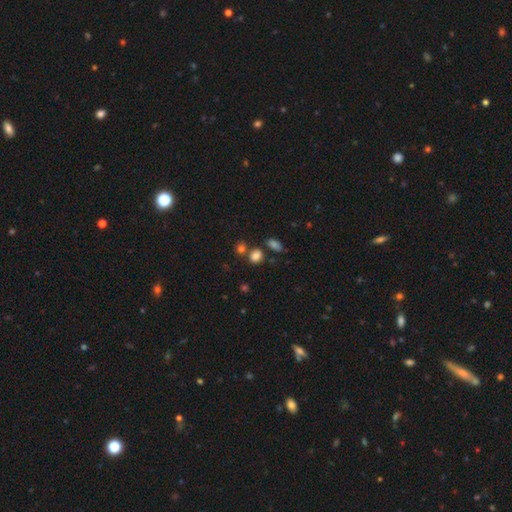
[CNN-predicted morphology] A smooth galaxy with no disk features (80%) that is round (57%). Merging: none (66%).